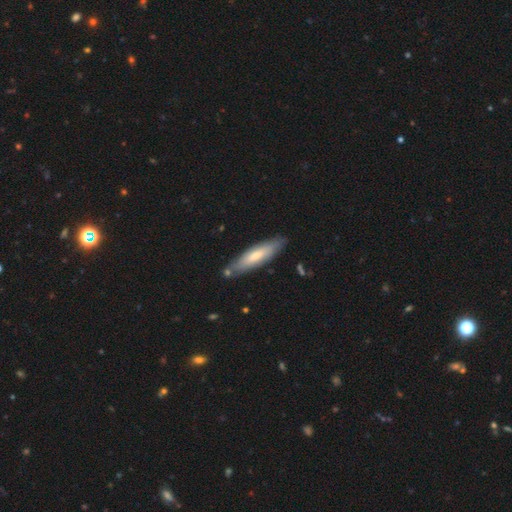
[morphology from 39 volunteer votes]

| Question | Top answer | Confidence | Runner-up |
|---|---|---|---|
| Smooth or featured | smooth | 62% | featured or disk (38%) |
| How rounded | cigar-shaped | 75% | in between (25%) |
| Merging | none | 72% | minor disturbance (13%) |